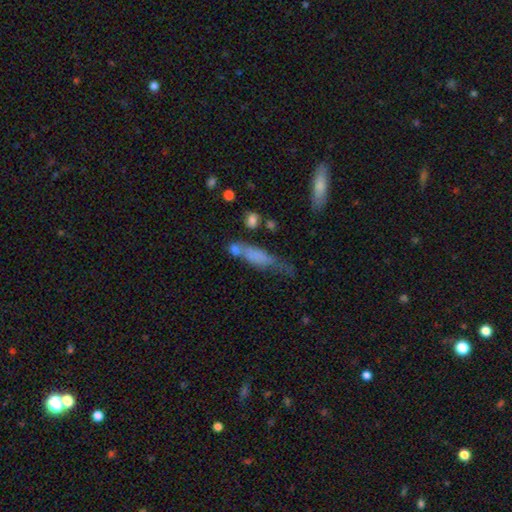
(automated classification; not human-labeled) Q: Smooth or featured?
A: smooth (65%); runner-up: featured or disk (24%)
Q: How rounded?
A: cigar-shaped (61%); runner-up: in between (35%)
Q: Merging?
A: none (33%); runner-up: minor disturbance (24%)